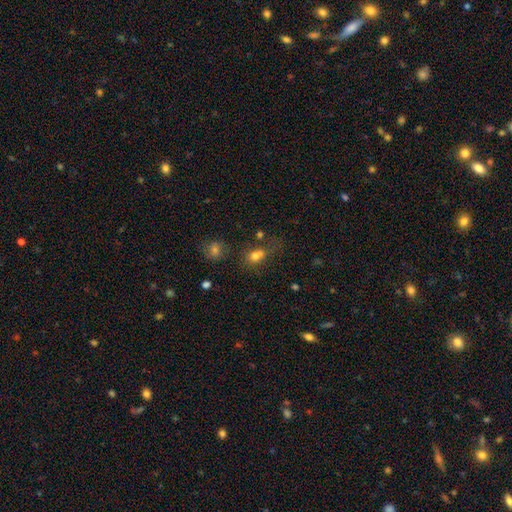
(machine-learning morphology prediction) smooth-or-featured: smooth: 74% | star or artifact: 15% | featured or disk: 11%
  how-rounded: in between: 56% | round: 41% | cigar-shaped: 2%
  merging: none: 43% | merger: 30% | minor disturbance: 17% | major disturbance: 10%